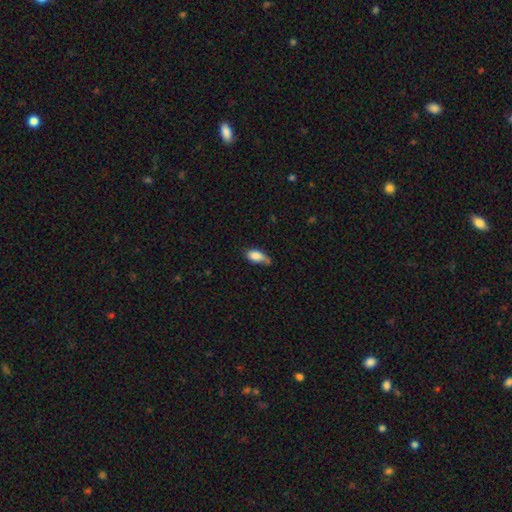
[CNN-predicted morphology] A smooth galaxy with no disk features (84%) that is in between round and cigar-shaped (89%). Merging: none (42%).